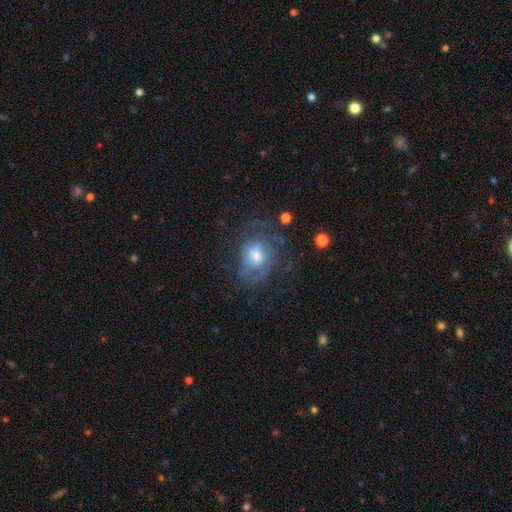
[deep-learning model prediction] Smooth or featured? featured or disk (68%)
Edge-on disk? no (97%)
Bar? no (73%)
Spiral arms? yes (79%)
Spiral winding? tight (45%)
Spiral arm count? can't tell (48%)
Bulge size? moderate (61%)
Merging? none (55%)